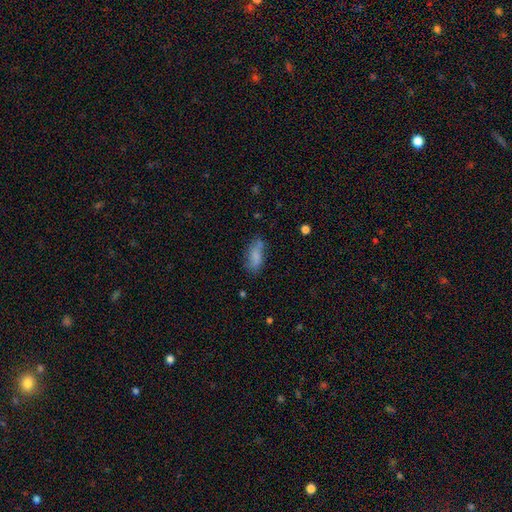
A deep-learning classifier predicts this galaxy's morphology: This appears to be a smooth galaxy with no disk features (74%) that is in between round and cigar-shaped (75%). Merging: none (57%).